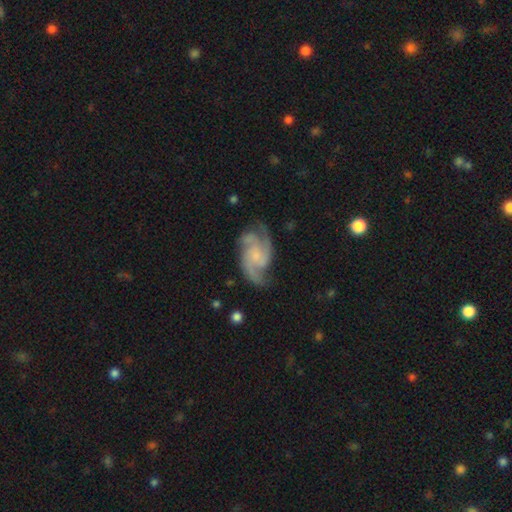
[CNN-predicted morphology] Smooth or featured? Predicted: featured or disk (p=0.88). Edge-on disk? Predicted: no (p=0.98). Bar? Predicted: no (p=0.62). Spiral arms? Predicted: yes (p=0.98). Spiral winding? Predicted: medium (p=0.54). Spiral arm count? Predicted: 3 (p=0.48). Bulge size? Predicted: small (p=0.58). Merging? Predicted: none (p=0.70).